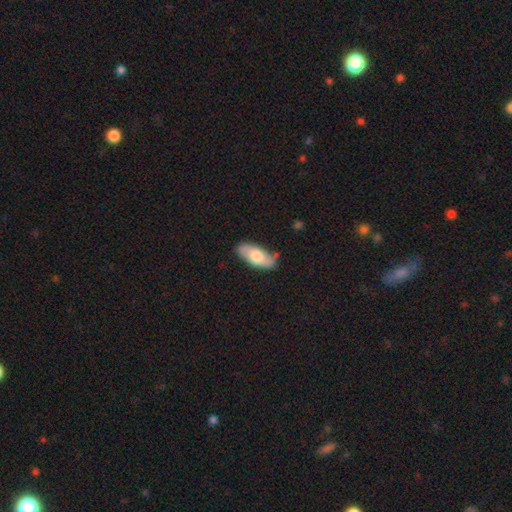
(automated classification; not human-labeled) smooth_or_featured: smooth (p=0.66) [alt: featured or disk p=0.29]
how_rounded: in between (p=0.84) [alt: cigar-shaped p=0.13]
merging: none (p=0.74) [alt: minor disturbance p=0.20]